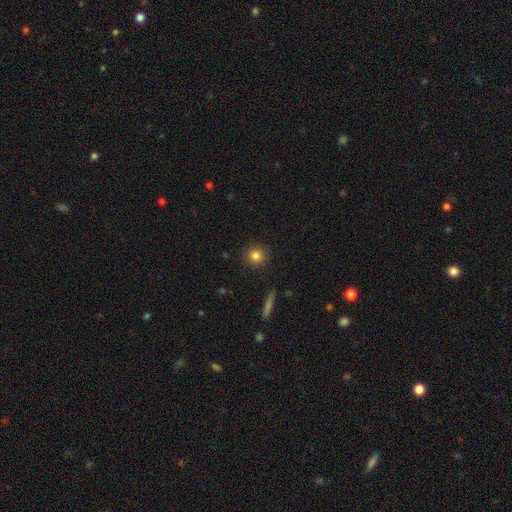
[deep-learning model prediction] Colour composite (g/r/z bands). It shows a smooth galaxy with no disk features (83%) that is round (94%). Merging: none (91%).